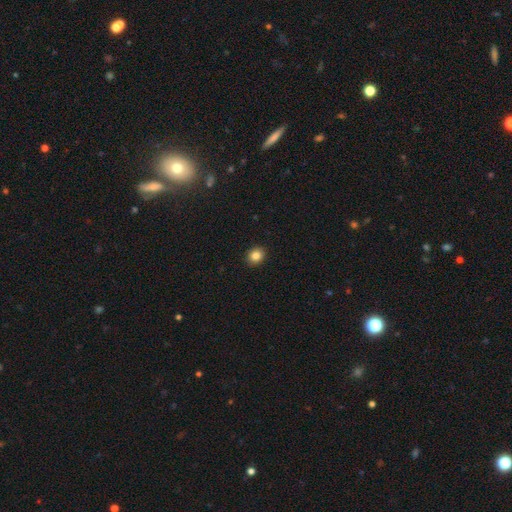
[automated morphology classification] This is clearly a smooth galaxy (85%). How rounded: likely round (69%). Merging: clearly none (92%).